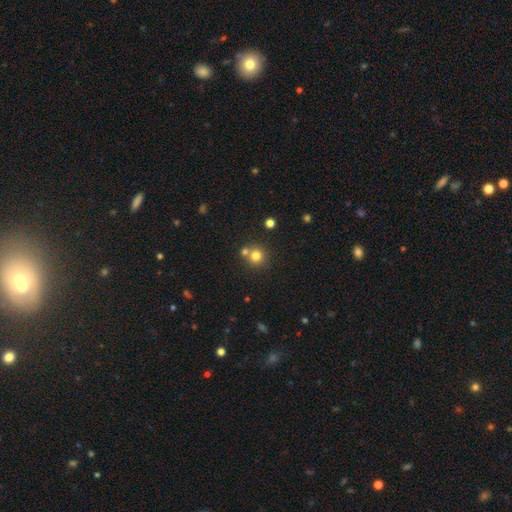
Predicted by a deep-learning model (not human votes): Overall: smooth (78%). How rounded: round (92%). Merging: none (64%; merger 26%).